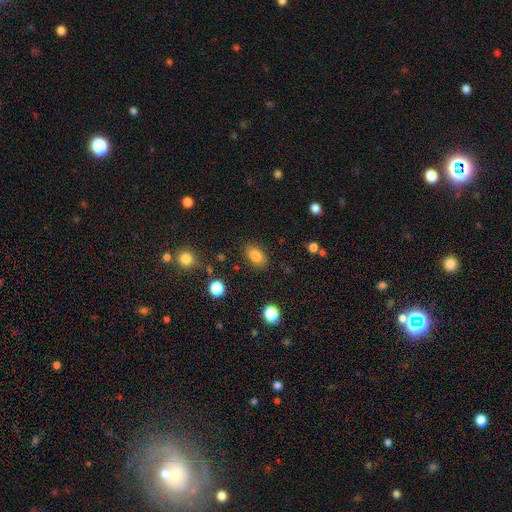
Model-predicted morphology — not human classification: A smooth galaxy with no disk features (82%) that is in between round and cigar-shaped (84%).

Vote fractions:
- Smooth or featured? smooth: 82% / star or artifact: 10% / featured or disk: 7%
- How rounded? in between: 84% / round: 14% / cigar-shaped: 2%
- Merging? none: 85% / minor disturbance: 10% / major disturbance: 3% / merger: 2%